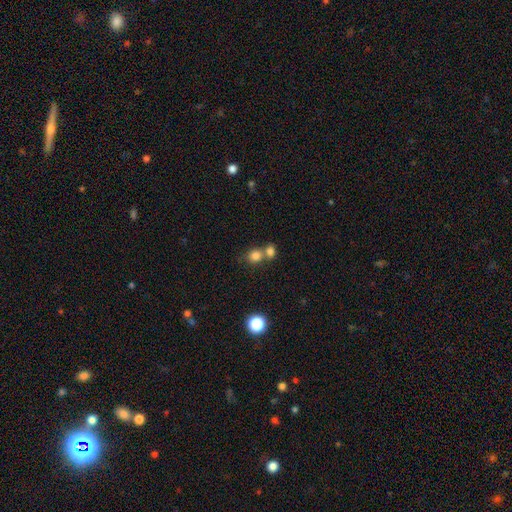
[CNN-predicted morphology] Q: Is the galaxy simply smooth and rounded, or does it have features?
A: smooth — 81%.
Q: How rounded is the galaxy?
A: round — 75%.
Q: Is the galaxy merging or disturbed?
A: merger — 48%.